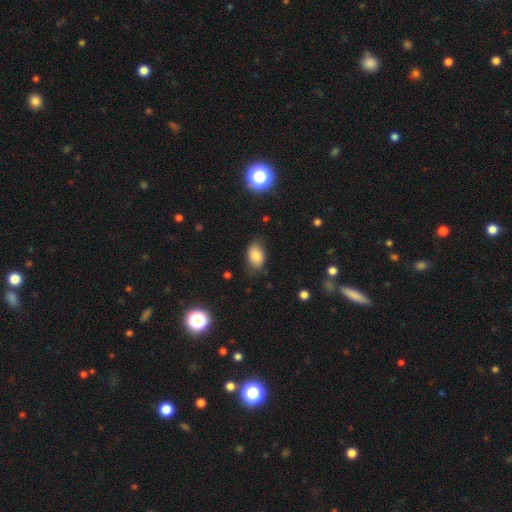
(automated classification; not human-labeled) A smooth galaxy with no disk features (82%) that is in between round and cigar-shaped (87%).

Vote fractions:
- Smooth or featured? smooth: 82% / star or artifact: 10% / featured or disk: 9%
- How rounded? in between: 87% / round: 11% / cigar-shaped: 1%
- Merging? none: 74% / minor disturbance: 20% / major disturbance: 4% / merger: 1%